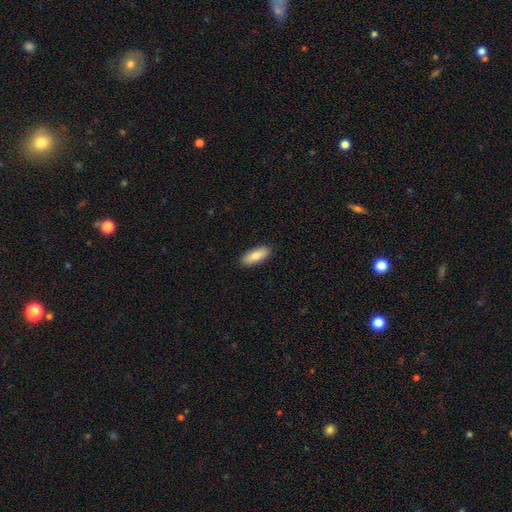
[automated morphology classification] This appears to be a smooth galaxy with no disk features (86%) that is in between round and cigar-shaped (73%). Merging: none (91%).